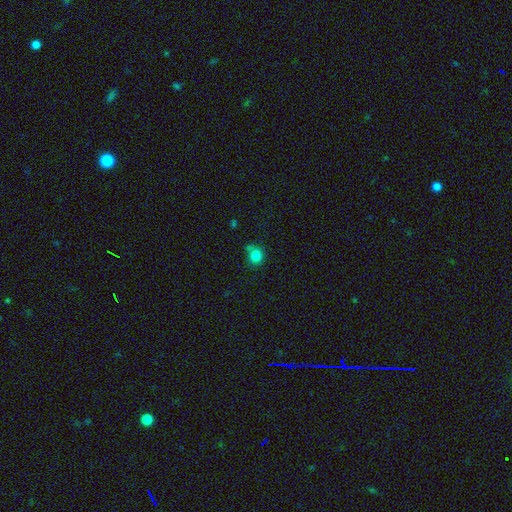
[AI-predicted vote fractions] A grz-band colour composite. It shows a smooth galaxy with no disk features (83%) that is round (83%). Merging: none (63%).